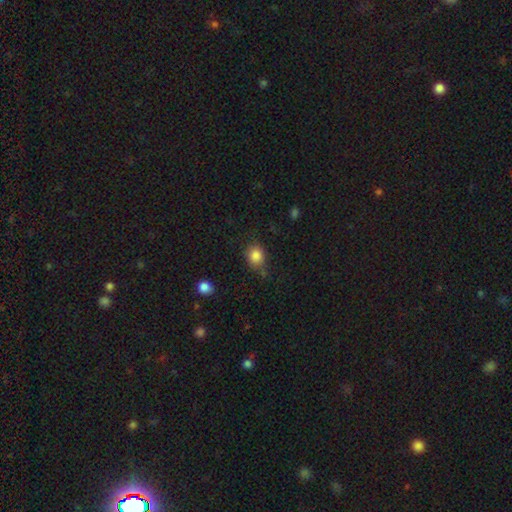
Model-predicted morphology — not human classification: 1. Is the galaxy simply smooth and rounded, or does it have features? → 84% smooth, 10% star or artifact, 6% featured or disk.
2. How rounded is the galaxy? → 66% round, 33% in between, 1% cigar-shaped.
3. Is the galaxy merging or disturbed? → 71% none, 20% minor disturbance, 5% major disturbance, 4% merger.